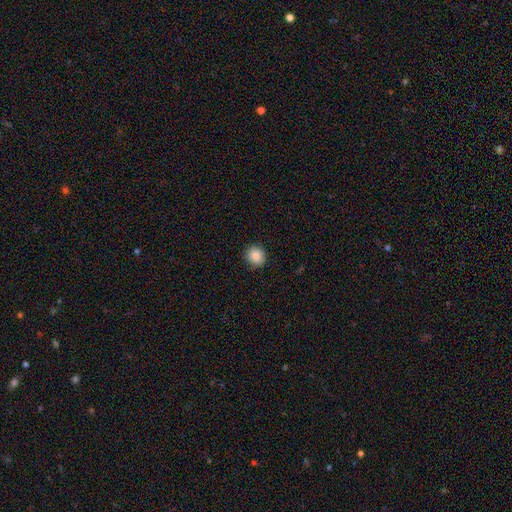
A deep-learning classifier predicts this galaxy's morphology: smooth-or-featured: smooth: 86% | star or artifact: 9% | featured or disk: 5%
  how-rounded: round: 90% | in between: 9% | cigar-shaped: 1%
  merging: none: 89% | minor disturbance: 8% | major disturbance: 2% | merger: 1%